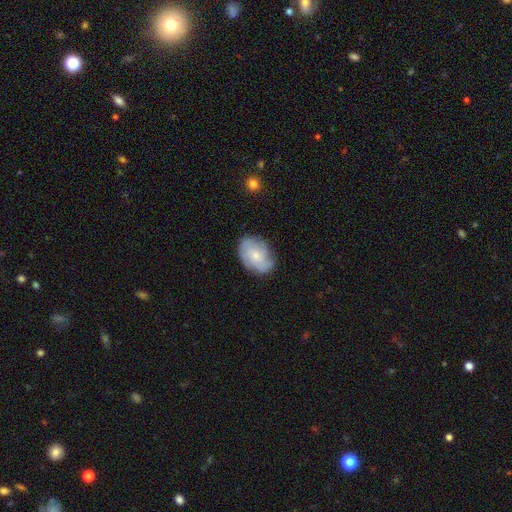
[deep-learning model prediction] The model was most divided on "bulge size": small: 53%, moderate: 40%, none: 4%, large: 2%, dominant: 1%. More confident: edge-on disk — no (97%); spiral arms — yes (83%); bar — no (77%); merging — none (68%); smooth or featured — featured or disk (53%).